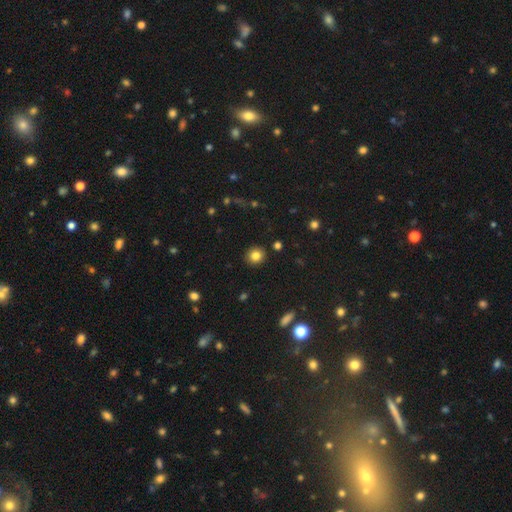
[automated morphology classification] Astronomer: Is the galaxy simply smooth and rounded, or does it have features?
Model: smooth — 82%.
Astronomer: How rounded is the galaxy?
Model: round — 87%.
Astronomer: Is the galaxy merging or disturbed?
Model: none — 91%.